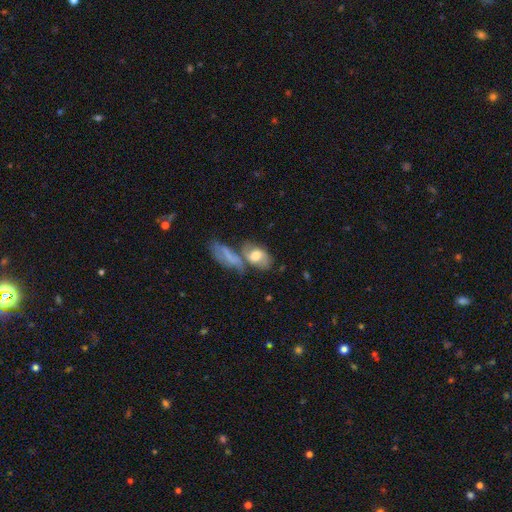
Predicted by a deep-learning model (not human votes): This is possibly a smooth galaxy (54%). How rounded: clearly in between (85%). Merging: marginally merger (45%).